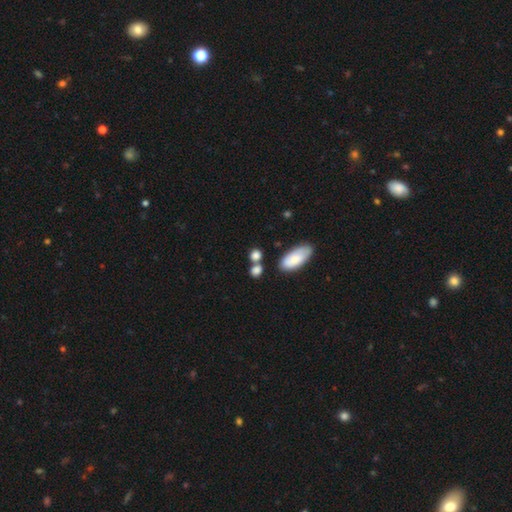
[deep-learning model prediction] Overall: smooth (82%). How rounded: round (64%; in between 32%). Merging: none (59%; merger 25%).